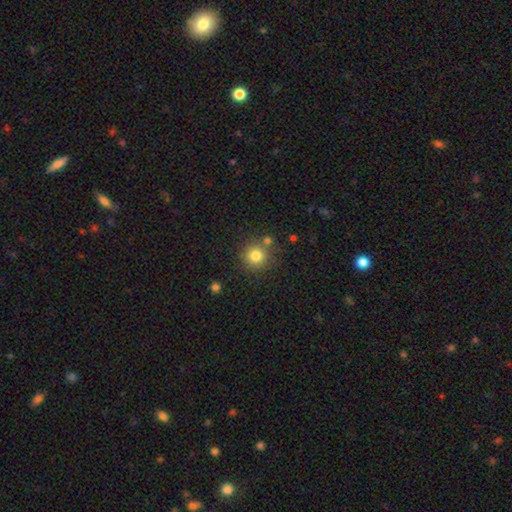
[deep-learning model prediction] Smooth or featured? Predicted: smooth (p=0.82). How rounded? Predicted: round (p=0.93). Merging? Predicted: none (p=0.77).